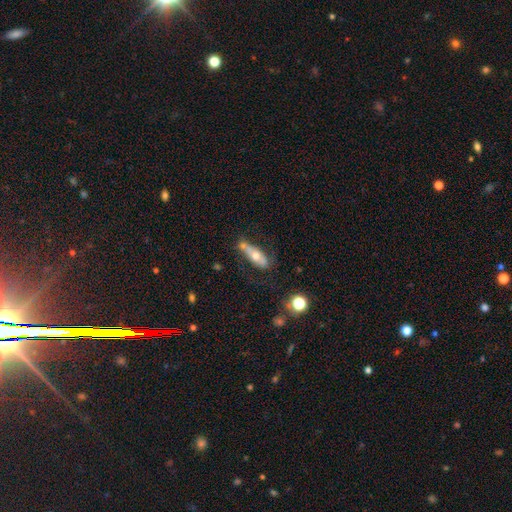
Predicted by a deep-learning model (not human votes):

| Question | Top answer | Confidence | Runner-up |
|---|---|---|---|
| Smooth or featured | smooth | 53% | featured or disk (39%) |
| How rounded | in between | 56% | cigar-shaped (41%) |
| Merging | none | 46% | minor disturbance (25%) |